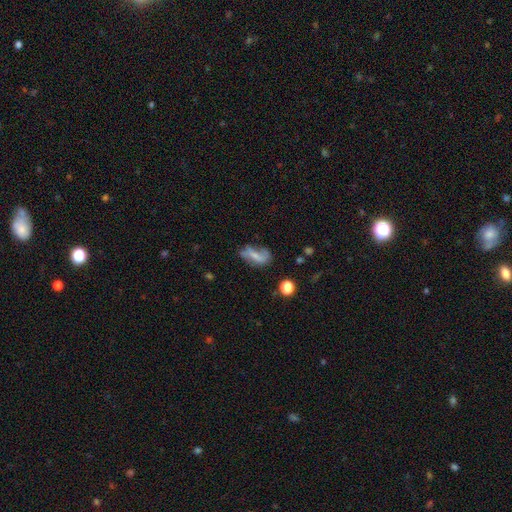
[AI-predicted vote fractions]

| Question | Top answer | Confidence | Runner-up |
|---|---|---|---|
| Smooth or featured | featured or disk | 47% | smooth (42%) |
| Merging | none | 44% | minor disturbance (27%) |